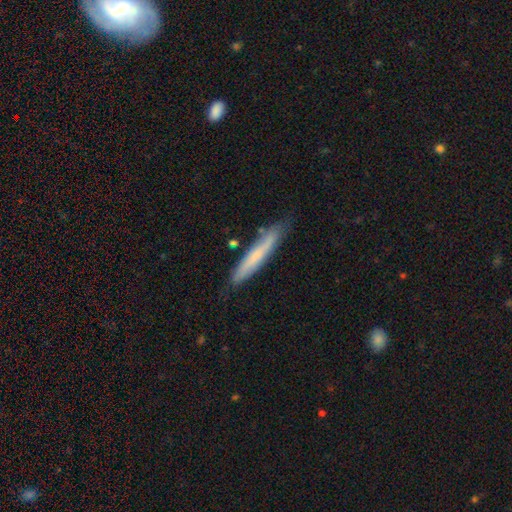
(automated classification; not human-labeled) Smooth or featured? smooth (65%)
How rounded? cigar-shaped (93%)
Merging? none (76%)